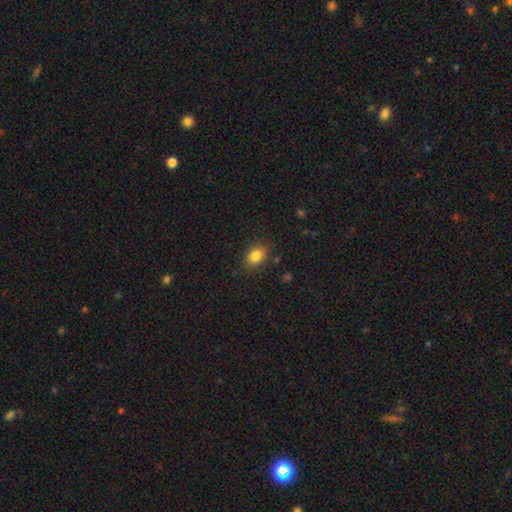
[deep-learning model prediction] smooth 84%, star or artifact 10%, featured or disk 6%. Down the decision tree: how rounded — in between (69%); merging — none (84%).